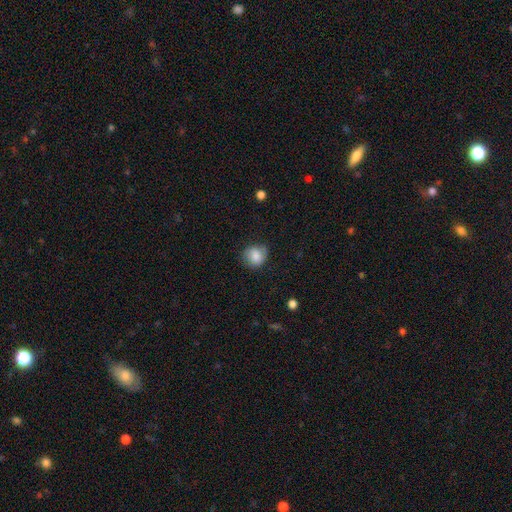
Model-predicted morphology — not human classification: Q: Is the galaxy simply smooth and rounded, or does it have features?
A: smooth — 78%.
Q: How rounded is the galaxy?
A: round — 80%.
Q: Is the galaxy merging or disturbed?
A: none — 70%.